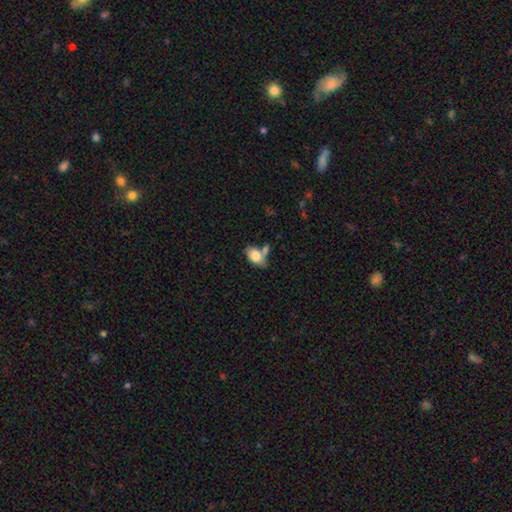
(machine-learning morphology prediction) A smooth galaxy with no disk features (79%) that is in between round and cigar-shaped (87%).

Vote fractions:
- Smooth or featured? smooth: 79% / featured or disk: 13% / star or artifact: 8%
- How rounded? in between: 87% / round: 11% / cigar-shaped: 2%
- Merging? none: 40% / merger: 33% / minor disturbance: 19% / major disturbance: 8%